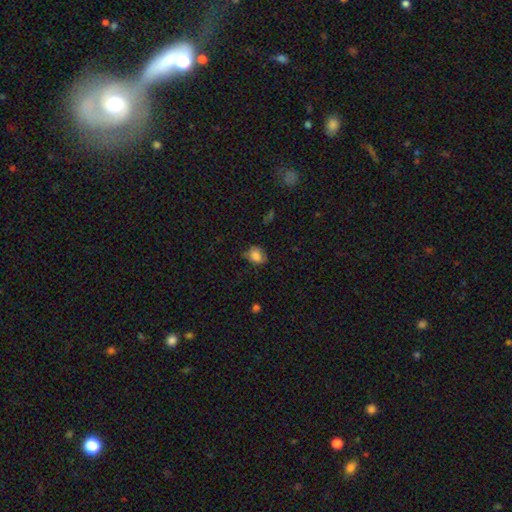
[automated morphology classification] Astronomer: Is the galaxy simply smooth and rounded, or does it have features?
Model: smooth — 80%.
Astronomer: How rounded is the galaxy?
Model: in between — 62% (runner-up: round, 37%).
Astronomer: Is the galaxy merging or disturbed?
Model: none — 59%.